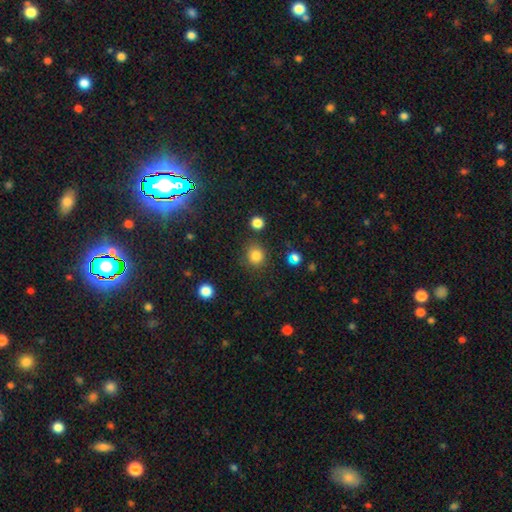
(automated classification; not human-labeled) Smooth or featured: smooth — 83% (star or artifact — 13%)
How rounded: round — 88% (in between — 11%)
Merging: none — 83% (minor disturbance — 10%)